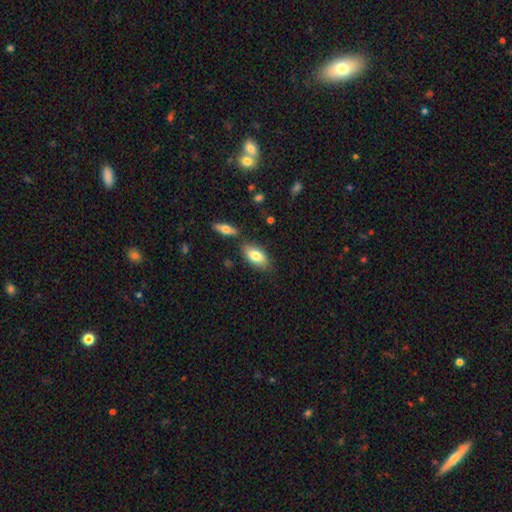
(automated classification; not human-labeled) This is likely a smooth galaxy (78%). How rounded: clearly in between (89%). Merging: likely none (74%).